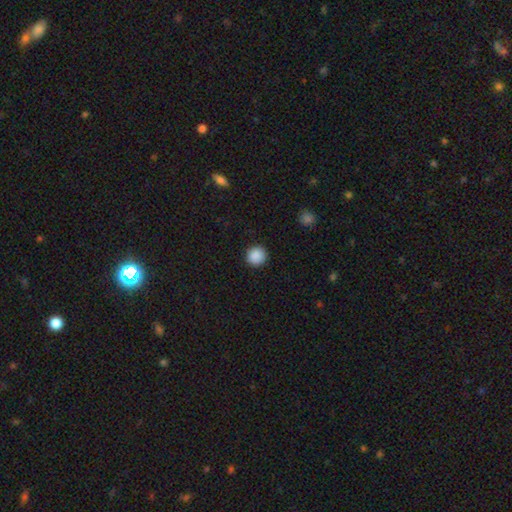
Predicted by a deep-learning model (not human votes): Morphology: type=smooth (89%); roundness=round (93%); merging=none (92%).